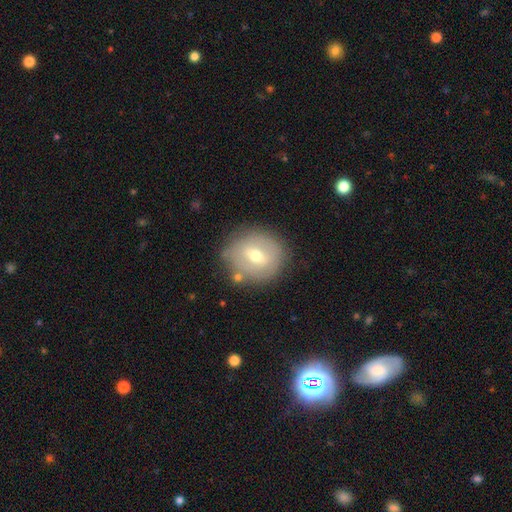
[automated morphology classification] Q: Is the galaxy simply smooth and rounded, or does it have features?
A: smooth — 46%.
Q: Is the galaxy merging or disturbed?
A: none — 77%.